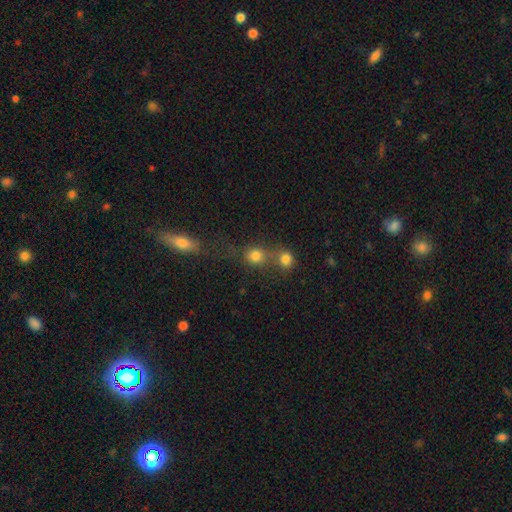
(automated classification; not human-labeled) This is likely a smooth galaxy (78%). How rounded: clearly round (80%). Merging: possibly merger (46%).